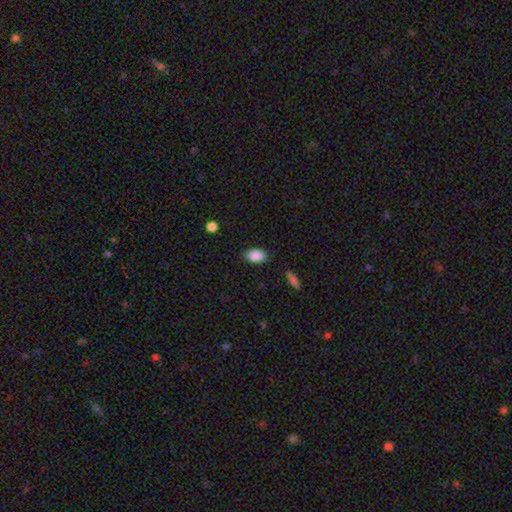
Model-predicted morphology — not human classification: smooth_or_featured: smooth (p=0.89) [alt: star or artifact p=0.08]
how_rounded: in between (p=0.90) [alt: round p=0.09]
merging: none (p=0.85) [alt: minor disturbance p=0.11]